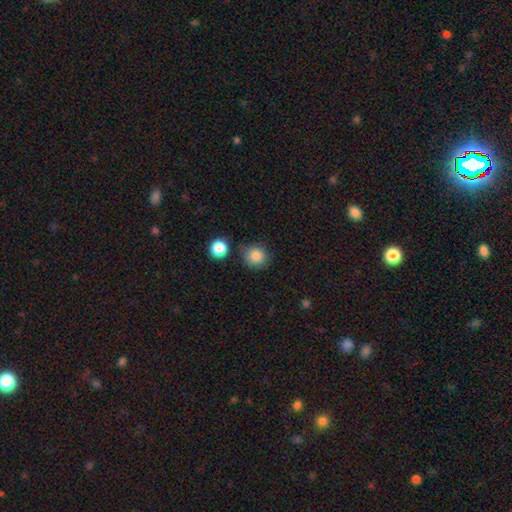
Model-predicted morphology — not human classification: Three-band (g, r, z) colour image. It shows a smooth galaxy with no disk features (86%) that is round (90%). Merging: none (76%).